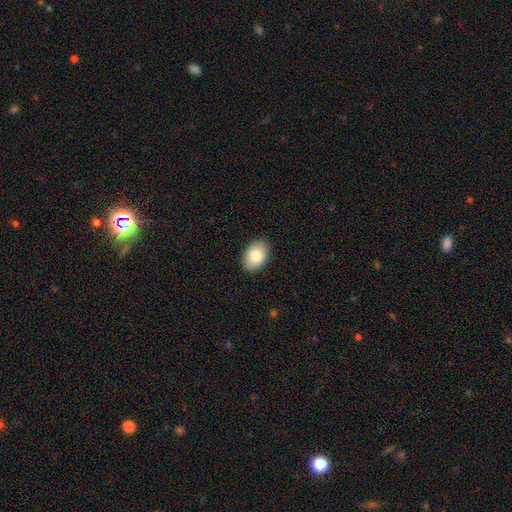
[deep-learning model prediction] Smooth or featured? Predicted: smooth (p=0.80). How rounded? Predicted: in between (p=0.87). Merging? Predicted: none (p=0.89).